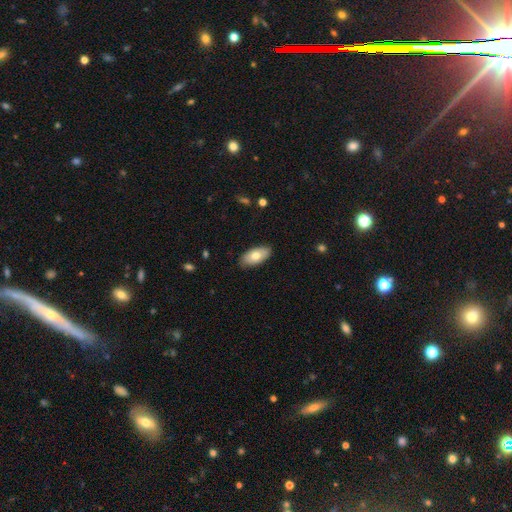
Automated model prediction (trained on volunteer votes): Overall: smooth (72%). How rounded: in between (93%). Merging: none (87%).